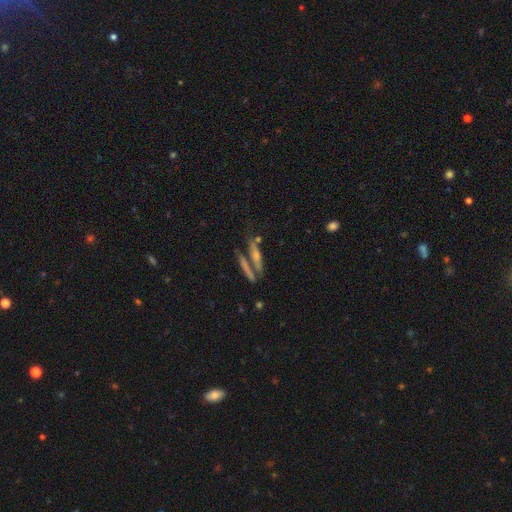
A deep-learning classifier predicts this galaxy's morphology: This appears to be a featured or disk galaxy (48%). Merging: none (53%).